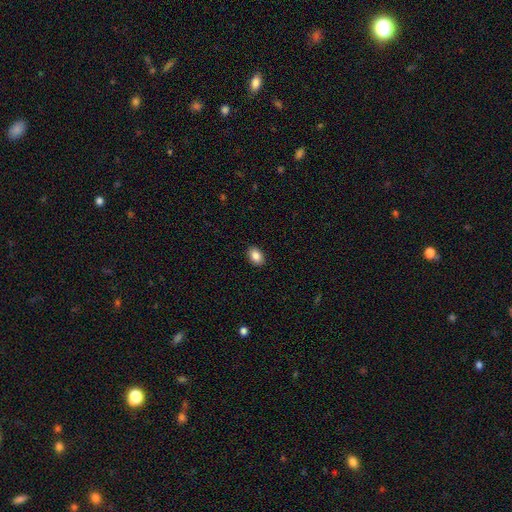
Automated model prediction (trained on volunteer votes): smooth-or-featured: smooth: 86% | star or artifact: 8% | featured or disk: 6%
  how-rounded: in between: 84% | round: 15% | cigar-shaped: 1%
  merging: none: 90% | minor disturbance: 8% | major disturbance: 2% | merger: 1%